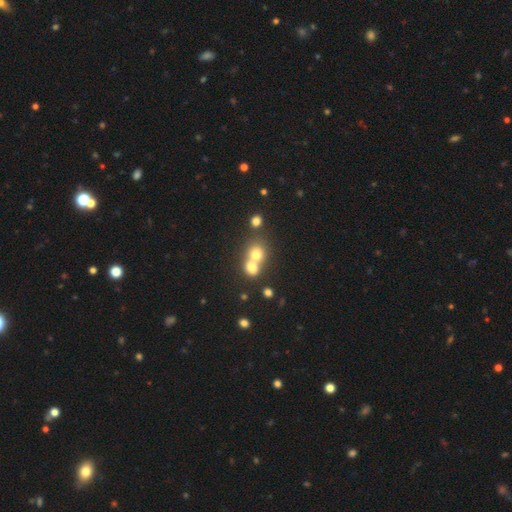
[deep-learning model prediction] Smooth or featured? Predicted: smooth (p=0.68). How rounded? Predicted: round (p=0.76). Merging? Predicted: merger (p=0.61).